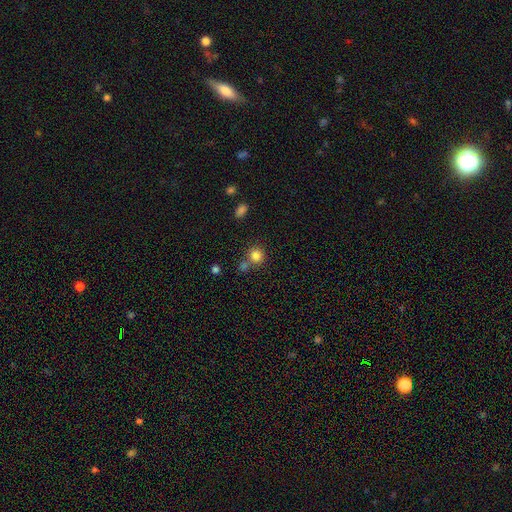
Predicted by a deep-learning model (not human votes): A smooth galaxy with no disk features (82%) that is round (89%).

Vote fractions:
- Smooth or featured? smooth: 82% / star or artifact: 12% / featured or disk: 6%
- How rounded? round: 89% / in between: 10% / cigar-shaped: 1%
- Merging? none: 64% / merger: 24% / minor disturbance: 9% / major disturbance: 4%